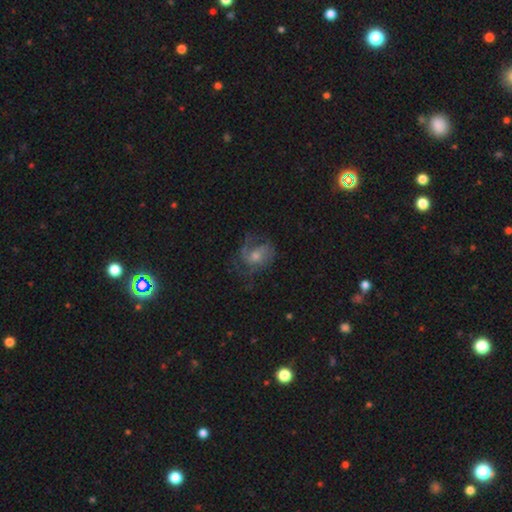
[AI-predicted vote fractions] Q: Smooth or featured?
A: featured or disk (66%); runner-up: smooth (19%)
Q: Edge-on disk?
A: no (97%); runner-up: yes (3%)
Q: Bar?
A: no (62%); runner-up: weak (32%)
Q: Spiral arms?
A: yes (86%); runner-up: no (14%)
Q: Spiral winding?
A: medium (48%); runner-up: tight (29%)
Q: Spiral arm count?
A: 2 (32%); runner-up: can't tell (29%)
Q: Bulge size?
A: moderate (50%); runner-up: small (40%)
Q: Merging?
A: none (57%); runner-up: major disturbance (21%)